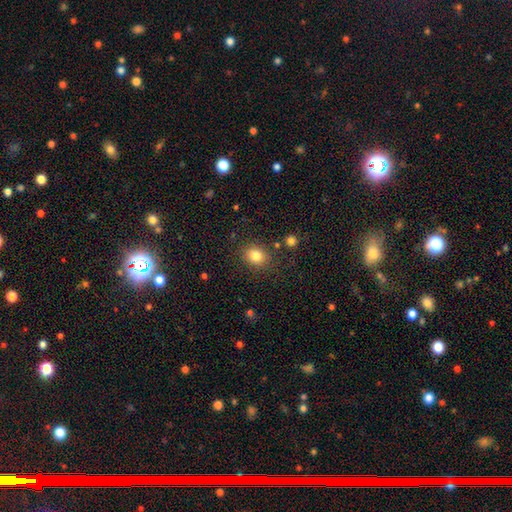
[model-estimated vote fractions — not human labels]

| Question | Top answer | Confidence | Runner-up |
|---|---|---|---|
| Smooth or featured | smooth | 82% | star or artifact (11%) |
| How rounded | round | 60% | in between (39%) |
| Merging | none | 83% | minor disturbance (10%) |